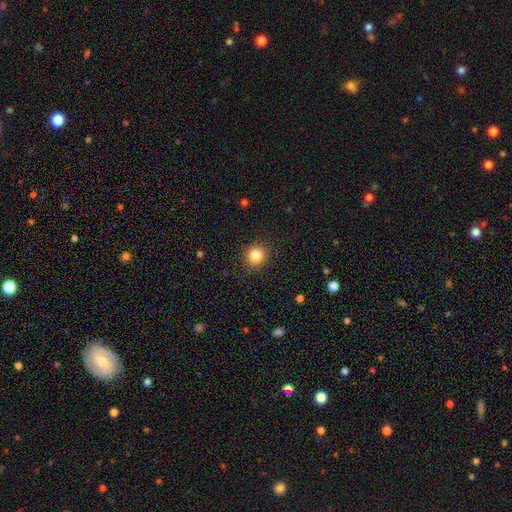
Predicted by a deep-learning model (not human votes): smooth-or-featured: smooth: 84% | star or artifact: 11% | featured or disk: 5%
  how-rounded: round: 88% | in between: 11% | cigar-shaped: 1%
  merging: none: 90% | minor disturbance: 7% | major disturbance: 3% | merger: 1%